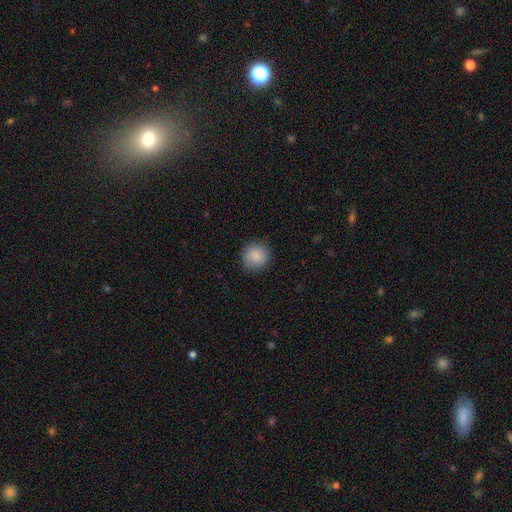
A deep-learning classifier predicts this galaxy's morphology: Smooth or featured: smooth — 87% (star or artifact — 8%)
How rounded: round — 92% (in between — 7%)
Merging: none — 88% (minor disturbance — 8%)